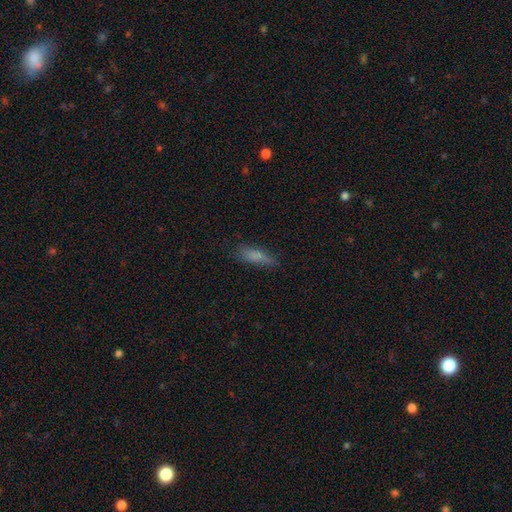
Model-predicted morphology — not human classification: smooth-or-featured: smooth: 77% | featured or disk: 14% | star or artifact: 9%
  how-rounded: cigar-shaped: 59% | in between: 38% | round: 2%
  merging: none: 71% | minor disturbance: 22% | major disturbance: 6% | merger: 2%